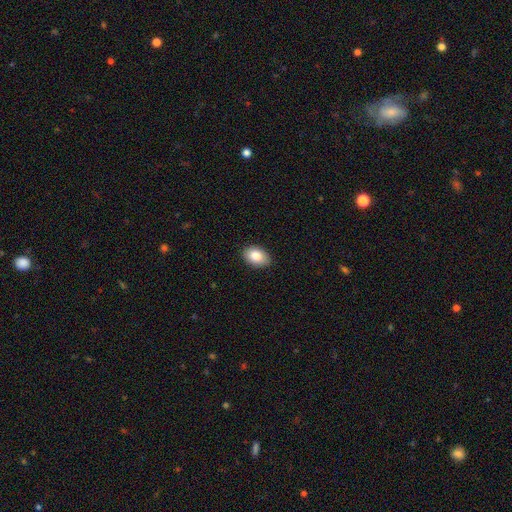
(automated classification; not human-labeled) smooth 84%, featured or disk 9%, star or artifact 8%. Down the decision tree: how rounded — in between (84%); merging — none (88%).